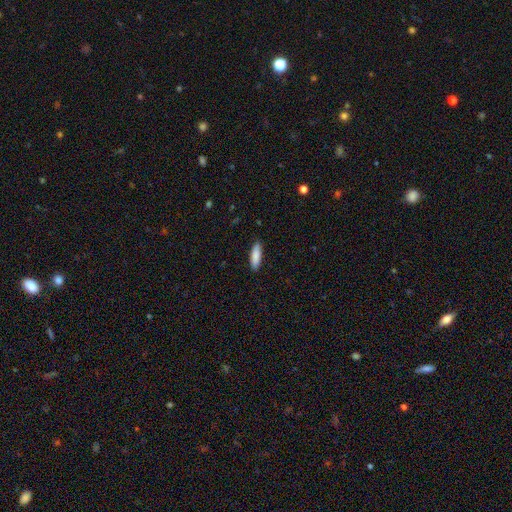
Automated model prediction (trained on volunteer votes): A smooth galaxy with no disk features (87%) that is cigar-shaped (58%). Merging: none (89%).